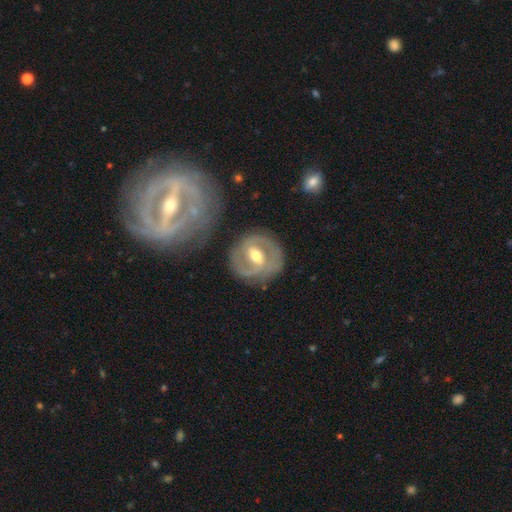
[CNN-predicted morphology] A featured or disk galaxy (81%) with a weak bar (43%), 2 (80%) tight (46%) spiral arms (86%) and a moderate central bulge (76%). Merging: none (75%).